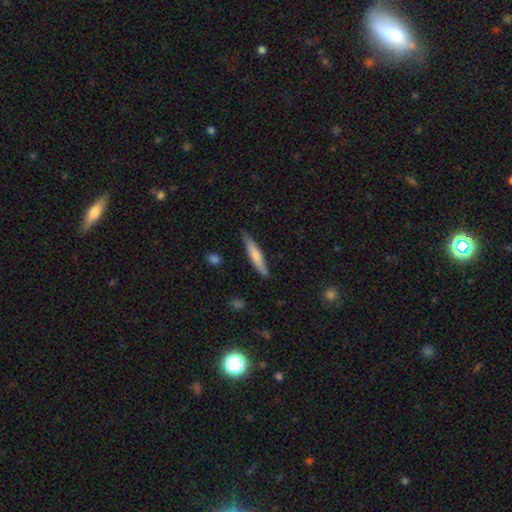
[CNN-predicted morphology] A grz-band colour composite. It shows a smooth galaxy with no disk features (65%) that is cigar-shaped (90%). Merging: none (87%).